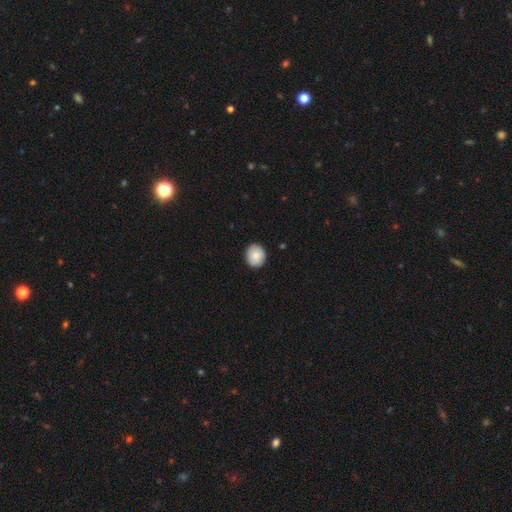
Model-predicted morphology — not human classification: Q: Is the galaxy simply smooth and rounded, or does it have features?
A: smooth — 82%.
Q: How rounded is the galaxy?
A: round — 76%.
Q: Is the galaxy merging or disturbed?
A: none — 89%.